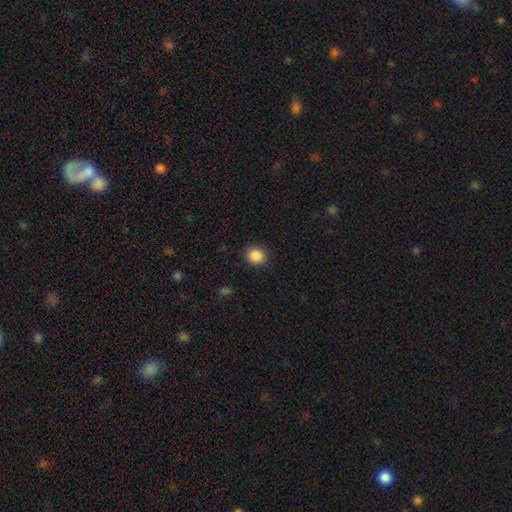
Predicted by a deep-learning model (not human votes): This is clearly a smooth galaxy (88%). How rounded: clearly round (84%). Merging: clearly none (91%).